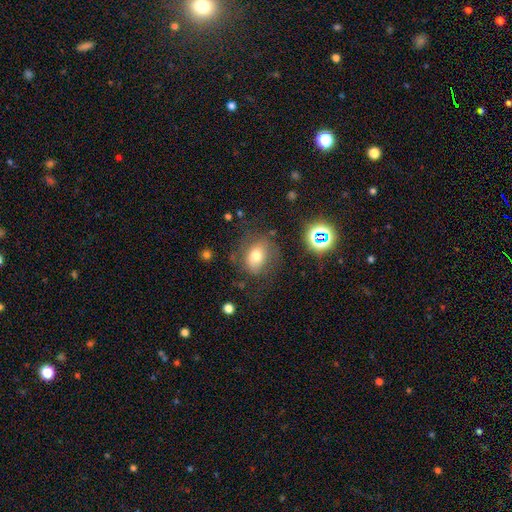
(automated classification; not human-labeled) Morphology: type=smooth (66%); roundness=round (53%); merging=none (63%).